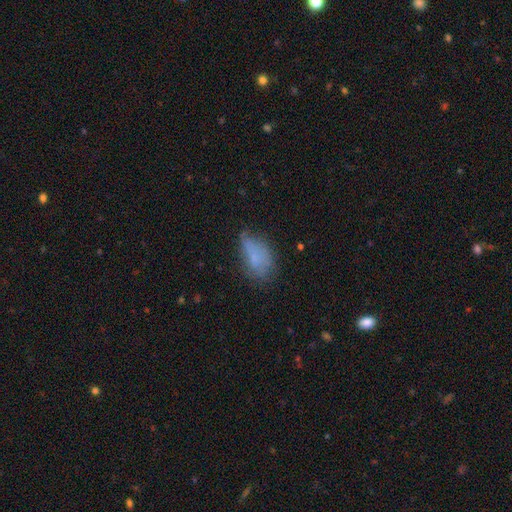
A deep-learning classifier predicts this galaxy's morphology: Smooth or featured: smooth — 65% (featured or disk — 23%)
How rounded: in between — 88% (cigar-shaped — 7%)
Merging: none — 44% (minor disturbance — 33%)